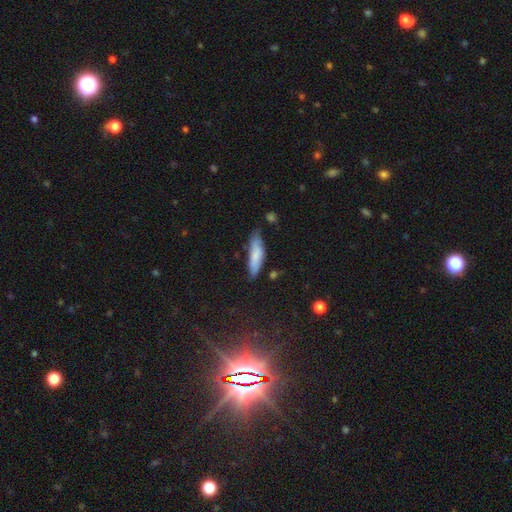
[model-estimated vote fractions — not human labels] Smooth or featured: smooth — 76% (featured or disk — 17%)
How rounded: cigar-shaped — 60% (in between — 38%)
Merging: none — 60% (minor disturbance — 30%)